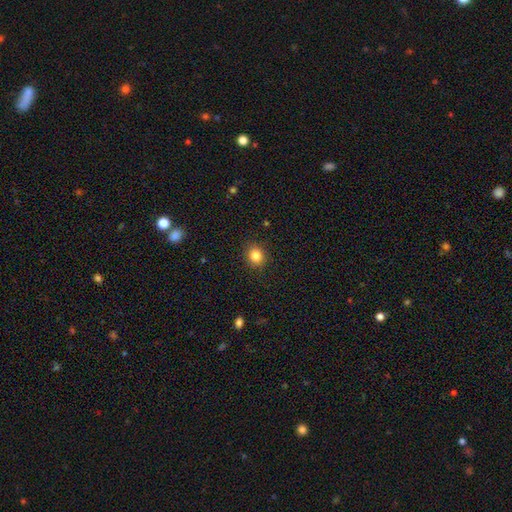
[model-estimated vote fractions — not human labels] Overall: smooth (84%). How rounded: round (77%). Merging: none (89%).